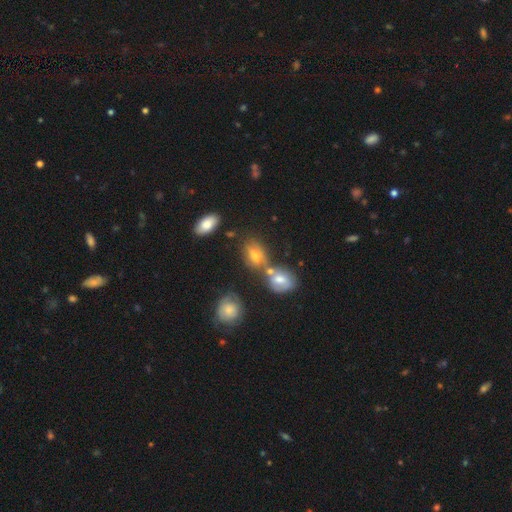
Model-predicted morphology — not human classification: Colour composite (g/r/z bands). It shows a smooth galaxy with no disk features (61%) that is in between round and cigar-shaped (73%). Merging: none (49%).